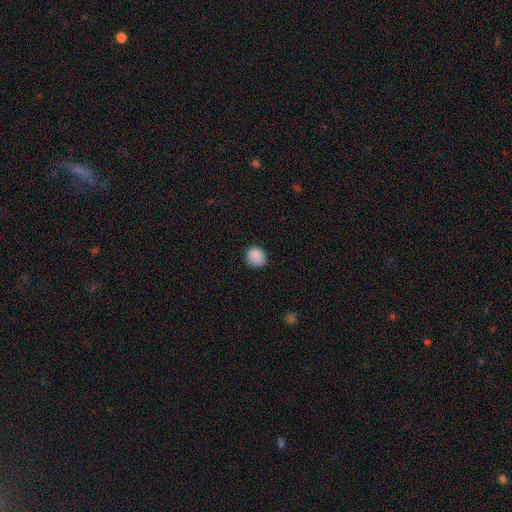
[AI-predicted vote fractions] Q: Smooth or featured?
A: smooth (88%); runner-up: star or artifact (9%)
Q: How rounded?
A: round (71%); runner-up: in between (28%)
Q: Merging?
A: none (81%); runner-up: minor disturbance (15%)